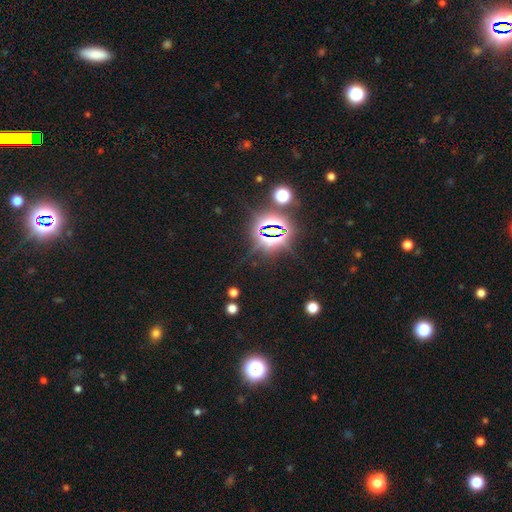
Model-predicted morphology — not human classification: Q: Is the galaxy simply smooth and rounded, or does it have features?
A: star or artifact — 81%.